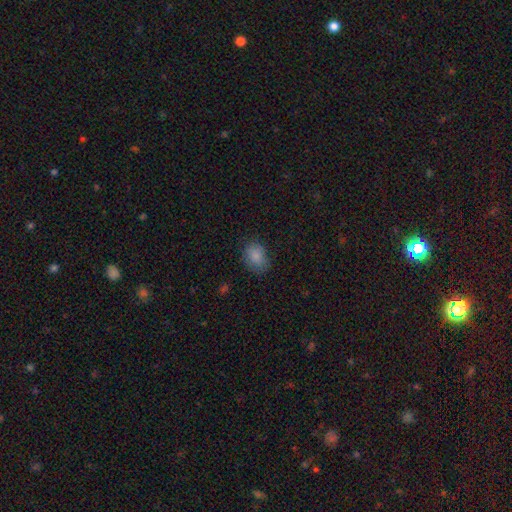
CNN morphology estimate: smooth 85%, star or artifact 9%, featured or disk 6%. Down the decision tree: how rounded — in between (61%); merging — none (73%).